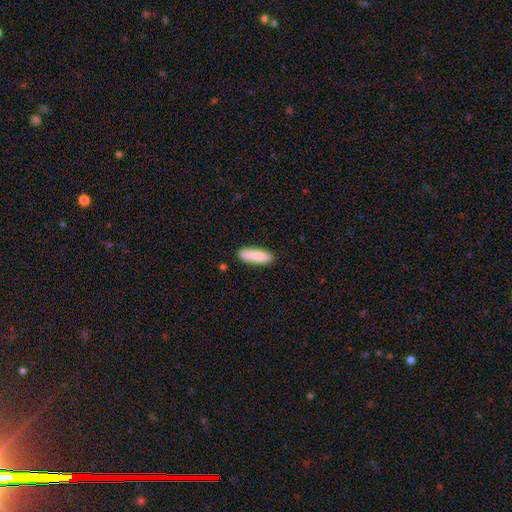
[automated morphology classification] Smooth or featured?
  - smooth: 86% *
  - featured or disk: 8%
  - star or artifact: 6%
How rounded?
  - cigar-shaped: 53% *
  - in between: 45%
  - round: 2%
Merging?
  - none: 87% *
  - minor disturbance: 10%
  - major disturbance: 2%
  - merger: 1%